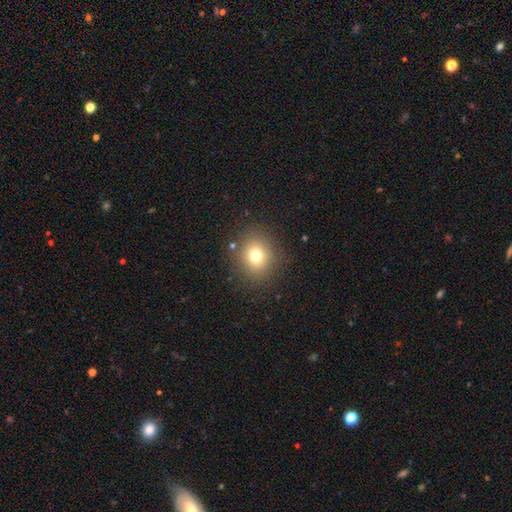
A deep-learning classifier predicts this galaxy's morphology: Smooth or featured?
  - smooth: 74% *
  - star or artifact: 15%
  - featured or disk: 11%
How rounded?
  - round: 79% *
  - in between: 20%
  - cigar-shaped: 1%
Merging?
  - none: 86% *
  - minor disturbance: 8%
  - major disturbance: 4%
  - merger: 2%